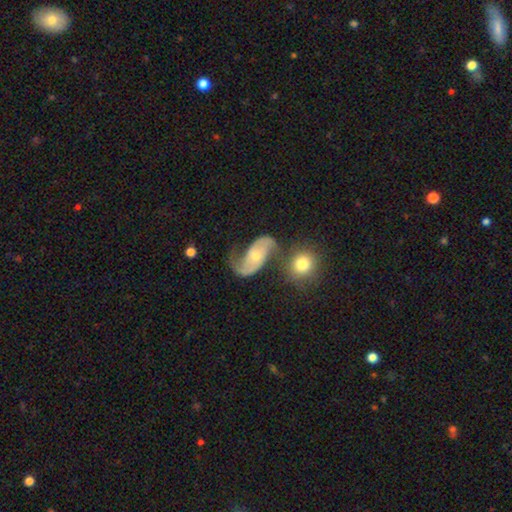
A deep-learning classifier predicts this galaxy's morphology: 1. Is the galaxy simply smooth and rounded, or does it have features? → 82% featured or disk, 12% smooth, 6% star or artifact.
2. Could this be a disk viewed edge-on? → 96% no, 4% yes.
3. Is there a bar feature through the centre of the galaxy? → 61% no, 28% weak, 11% strong.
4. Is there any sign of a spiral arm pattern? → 94% yes, 6% no.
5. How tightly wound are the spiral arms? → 49% loose, 38% medium, 13% tight.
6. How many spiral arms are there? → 86% 2, 7% 1, 4% can't tell, 1% 3, 1% 4, 1% more than 4.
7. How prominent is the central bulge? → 48% moderate, 47% small, 3% large, 1% none, 1% dominant.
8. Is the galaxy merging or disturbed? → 47% none, 19% minor disturbance, 17% merger, 17% major disturbance.